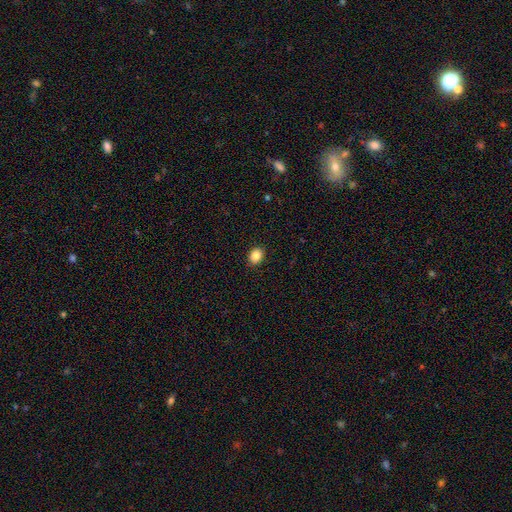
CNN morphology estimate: smooth_or_featured: smooth (p=0.87) [alt: star or artifact p=0.09]
how_rounded: in between (p=0.56) [alt: round p=0.43]
merging: none (p=0.90) [alt: minor disturbance p=0.07]